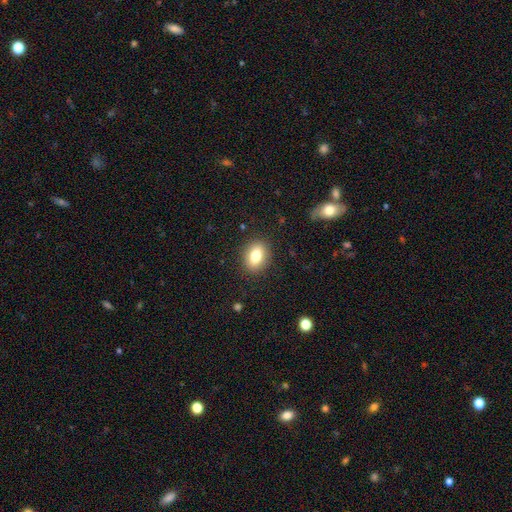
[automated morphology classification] Smooth or featured?
  - smooth: 79% *
  - featured or disk: 11%
  - star or artifact: 9%
How rounded?
  - in between: 65% *
  - round: 33%
  - cigar-shaped: 1%
Merging?
  - none: 88% *
  - minor disturbance: 8%
  - major disturbance: 3%
  - merger: 1%